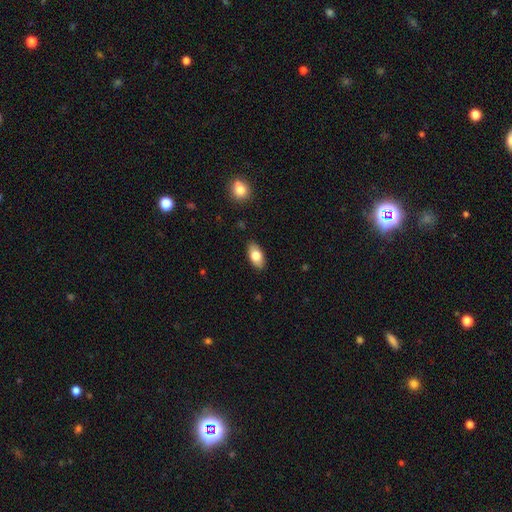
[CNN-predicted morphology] This appears to be a smooth galaxy with no disk features (78%) that is in between round and cigar-shaped (92%). Merging: none (87%).